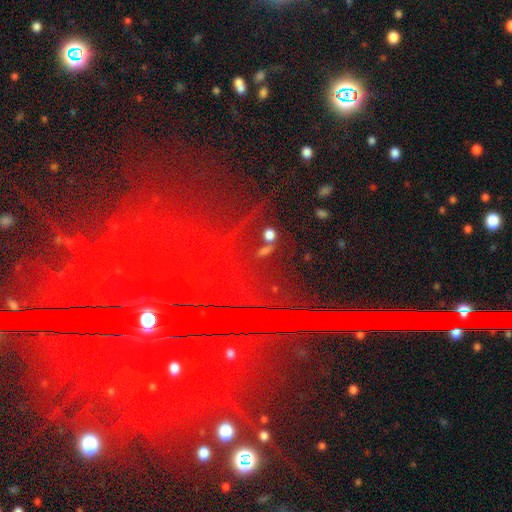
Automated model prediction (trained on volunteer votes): Q: Smooth or featured?
A: star or artifact (67%); runner-up: featured or disk (23%)